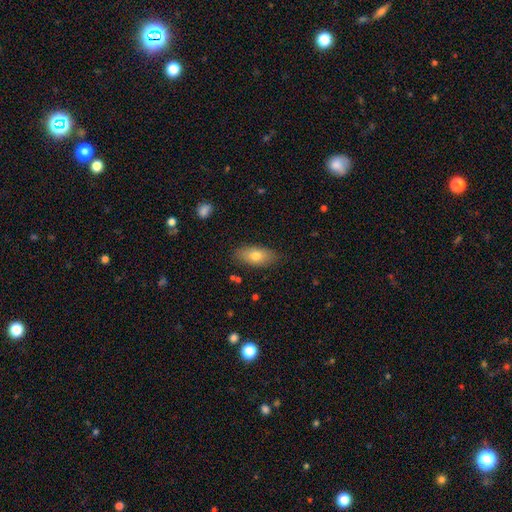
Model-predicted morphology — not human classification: type=smooth (74%); roundness=in between (87%); merging=none (83%).